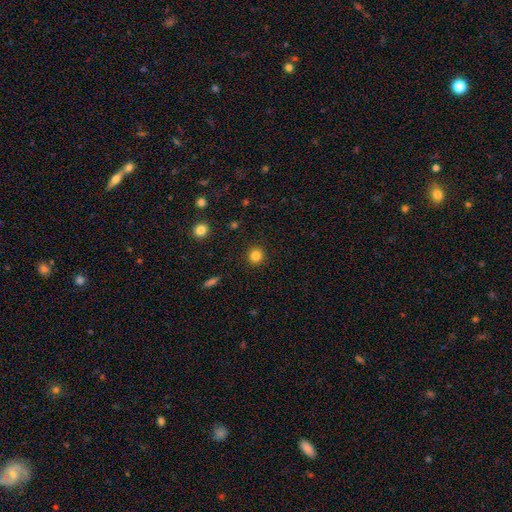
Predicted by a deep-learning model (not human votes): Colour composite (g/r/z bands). It shows a smooth galaxy with no disk features (83%) that is round (94%). Merging: none (92%).